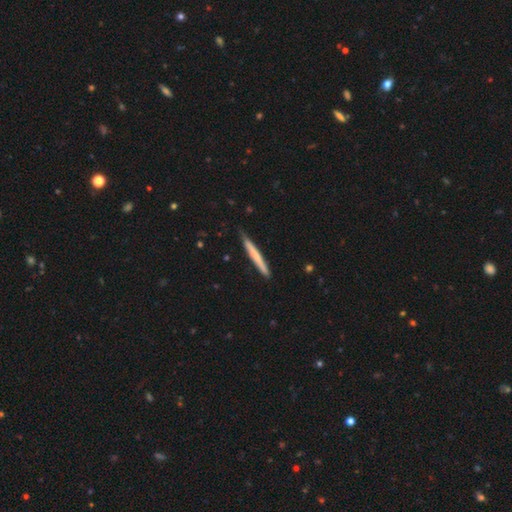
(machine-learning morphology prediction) This appears to be a smooth galaxy with no disk features (62%) that is cigar-shaped (97%). Merging: none (84%).